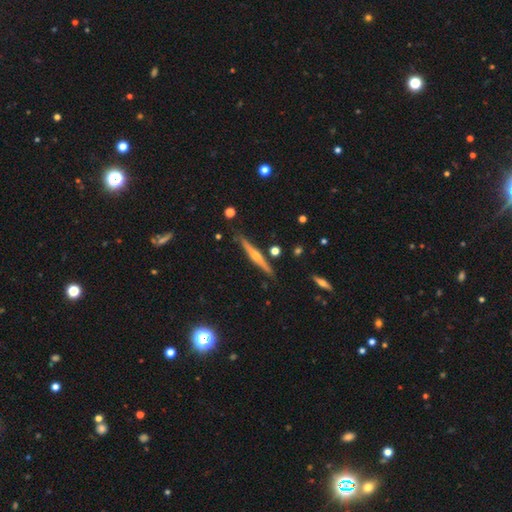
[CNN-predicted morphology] A featured or disk galaxy (72%) viewed edge-on (98%) with a rounded central bulge (85%). Merging: none (87%).